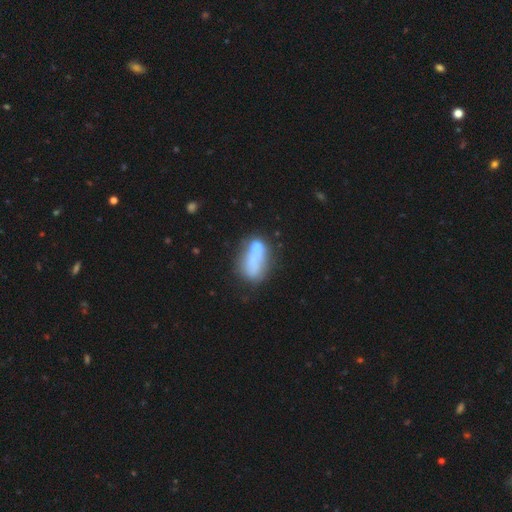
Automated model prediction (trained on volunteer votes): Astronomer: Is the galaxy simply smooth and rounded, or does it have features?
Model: smooth — 62%.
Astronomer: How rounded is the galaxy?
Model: in between — 74%.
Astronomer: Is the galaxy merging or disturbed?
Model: none — 42% (runner-up: merger, 26%).